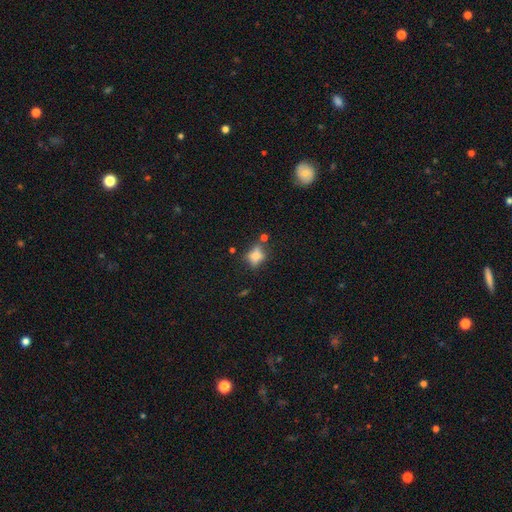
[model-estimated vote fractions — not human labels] smooth_or_featured: smooth (p=0.60) [alt: featured or disk p=0.25]
how_rounded: in between (p=0.65) [alt: round p=0.29]
merging: none (p=0.52) [alt: minor disturbance p=0.23]